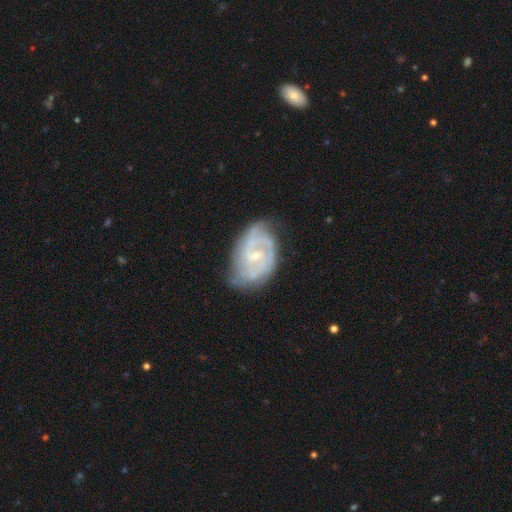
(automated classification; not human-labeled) This is clearly a featured or disk galaxy (84%). It is clearly not viewed edge-on (97%). Bar: possibly no (52%). Spiral arm pattern: clearly yes (94%). Spiral arm count: marginally 2 (44%). Spiral winding: possibly tight (55%). Central bulge: likely small (70%). Merging: likely none (65%).